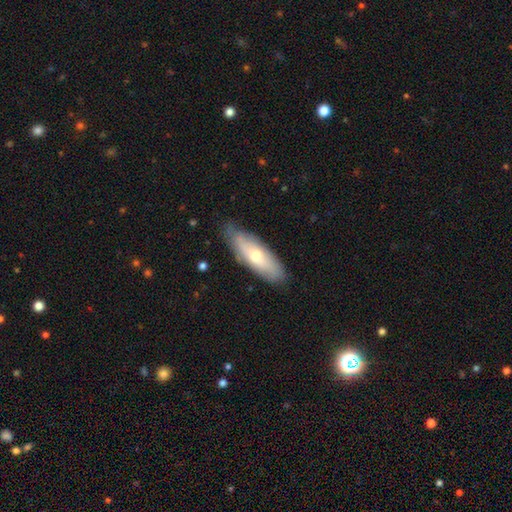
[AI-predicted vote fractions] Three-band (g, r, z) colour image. It shows a smooth galaxy with no disk features (55%) that is in between round and cigar-shaped (62%). Merging: none (75%).